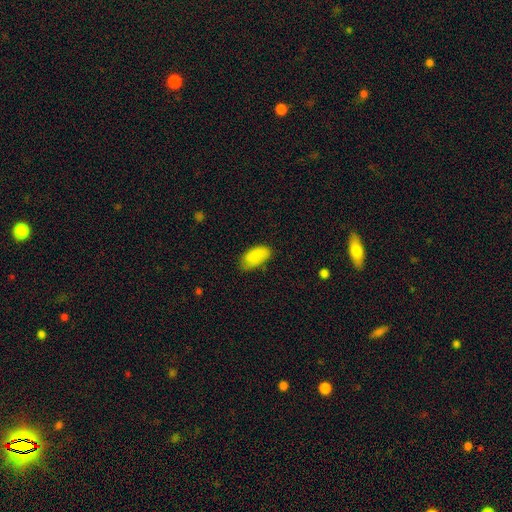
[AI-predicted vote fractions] Overall: smooth (85%). How rounded: in between (94%). Merging: none (70%).